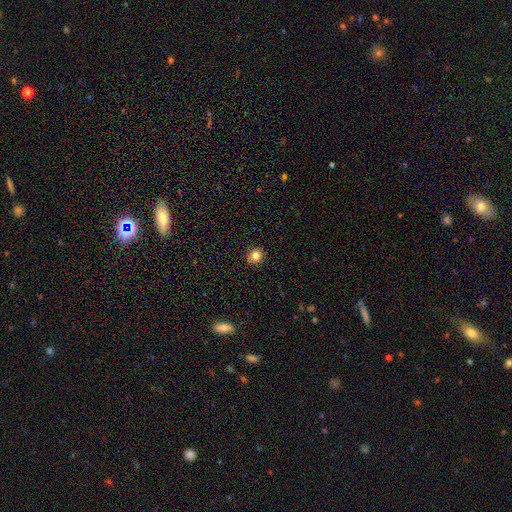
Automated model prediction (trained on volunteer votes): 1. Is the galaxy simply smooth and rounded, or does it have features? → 81% smooth, 12% star or artifact, 7% featured or disk.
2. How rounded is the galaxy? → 87% round, 12% in between, 1% cigar-shaped.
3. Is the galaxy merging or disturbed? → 88% none, 8% minor disturbance, 2% major disturbance, 1% merger.